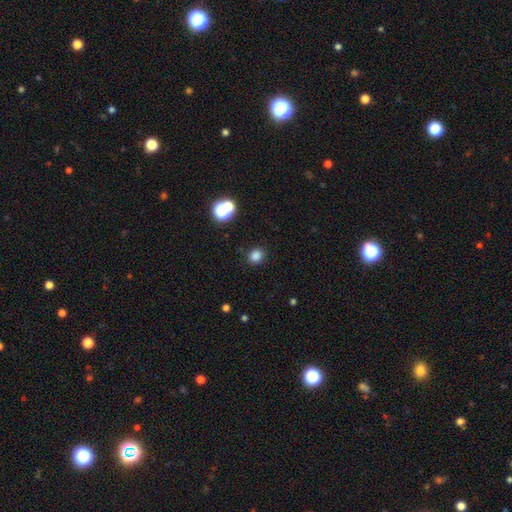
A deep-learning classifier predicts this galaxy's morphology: The model was most divided on "how rounded": round: 77%, in between: 22%, cigar-shaped: 1%. More confident: merging — none (87%); smooth or featured — smooth (82%).